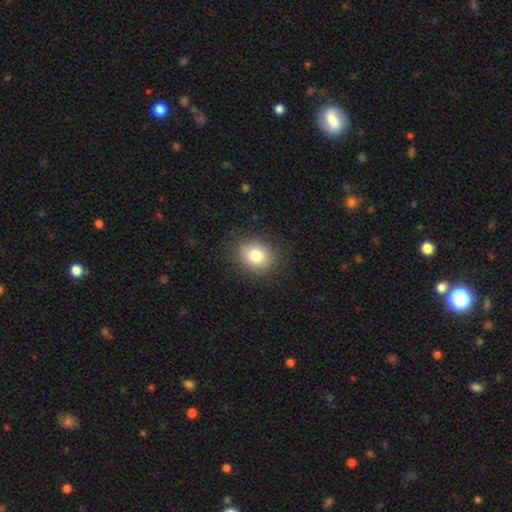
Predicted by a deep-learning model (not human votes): Overall: smooth (79%). How rounded: round (53%; in between 46%). Merging: none (86%).